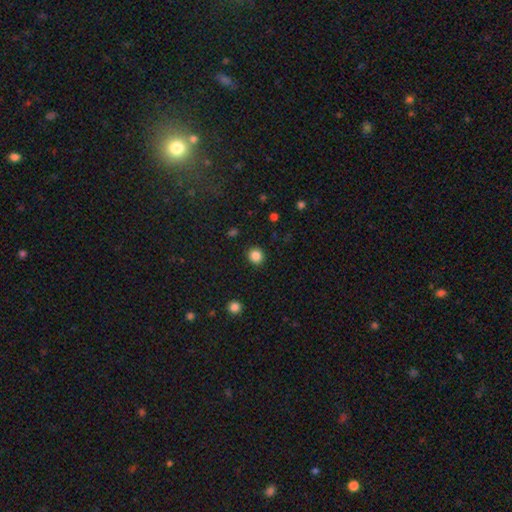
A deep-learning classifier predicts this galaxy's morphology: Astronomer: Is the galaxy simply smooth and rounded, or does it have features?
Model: smooth — 85%.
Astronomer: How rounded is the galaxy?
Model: round — 87%.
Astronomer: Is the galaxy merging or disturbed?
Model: none — 91%.